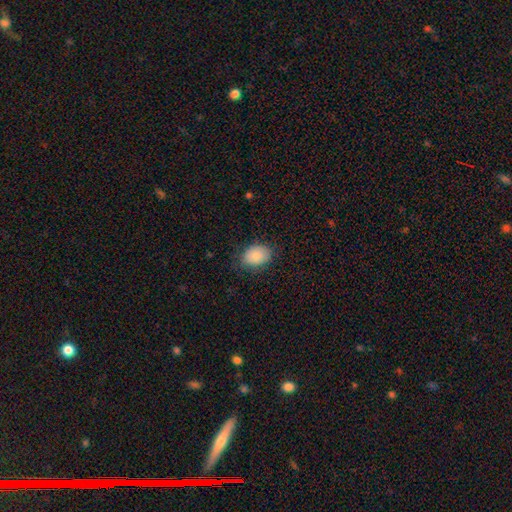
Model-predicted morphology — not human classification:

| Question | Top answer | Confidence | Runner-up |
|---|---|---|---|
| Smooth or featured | smooth | 87% | star or artifact (7%) |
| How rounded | in between | 75% | round (24%) |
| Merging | none | 78% | minor disturbance (17%) |